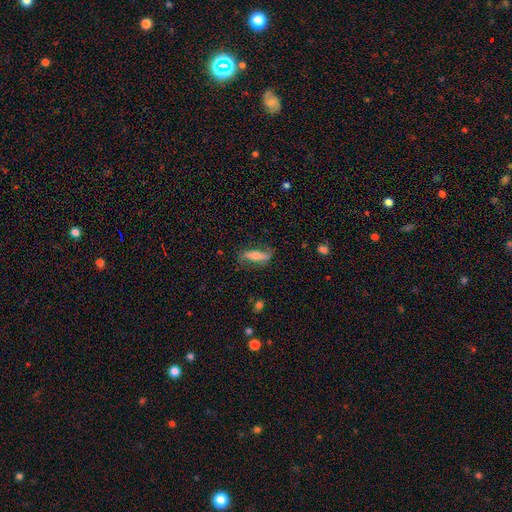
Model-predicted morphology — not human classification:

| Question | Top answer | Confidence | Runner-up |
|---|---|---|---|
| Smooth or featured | smooth | 47% | featured or disk (45%) |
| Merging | none | 70% | minor disturbance (20%) |